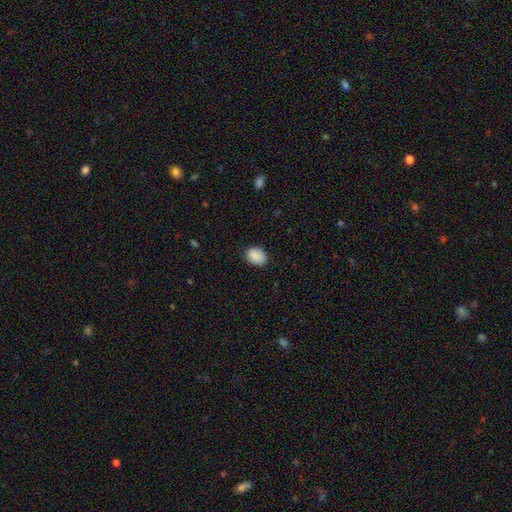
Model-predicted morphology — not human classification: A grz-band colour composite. It shows a smooth galaxy with no disk features (89%) that is in between round and cigar-shaped (74%). Merging: none (84%).